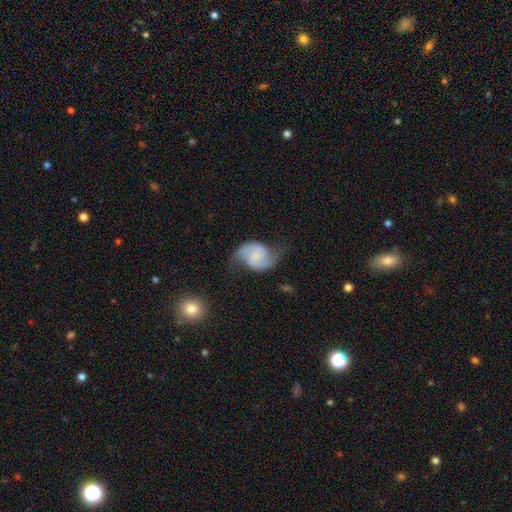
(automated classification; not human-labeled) Q: Smooth or featured?
A: featured or disk (77%); runner-up: smooth (16%)
Q: Edge-on disk?
A: no (98%); runner-up: yes (2%)
Q: Bar?
A: no (52%); runner-up: weak (39%)
Q: Spiral arms?
A: yes (95%); runner-up: no (5%)
Q: Spiral winding?
A: medium (44%); runner-up: loose (43%)
Q: Spiral arm count?
A: 2 (92%); runner-up: can't tell (3%)
Q: Bulge size?
A: small (40%); runner-up: none (37%)
Q: Merging?
A: none (63%); runner-up: minor disturbance (23%)